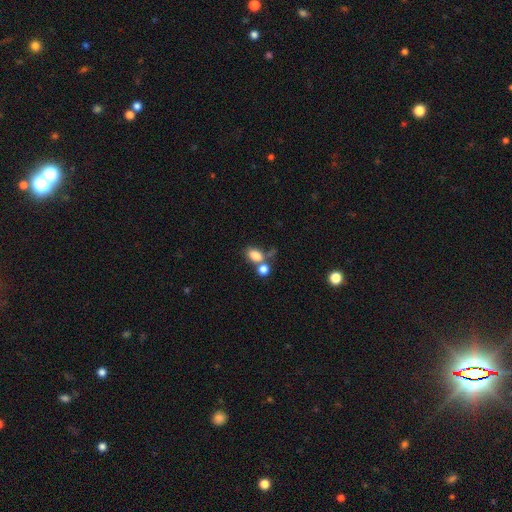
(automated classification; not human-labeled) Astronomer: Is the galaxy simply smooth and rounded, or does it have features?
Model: smooth — 81%.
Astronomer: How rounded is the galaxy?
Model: in between — 80%.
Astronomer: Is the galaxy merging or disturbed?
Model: none — 44% (runner-up: merger, 38%).